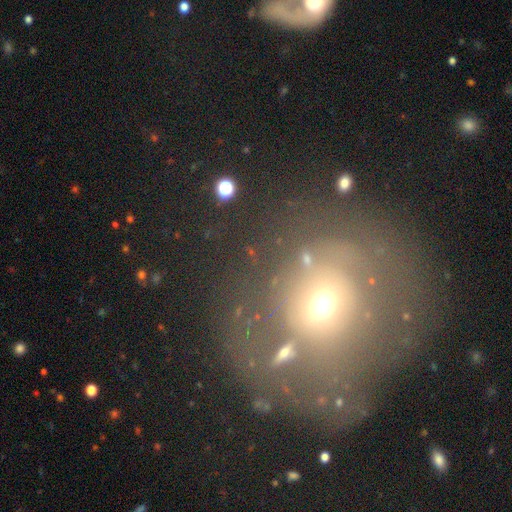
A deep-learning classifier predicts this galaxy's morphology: This appears to be a smooth galaxy with no disk features (47%). Merging: none (57%).